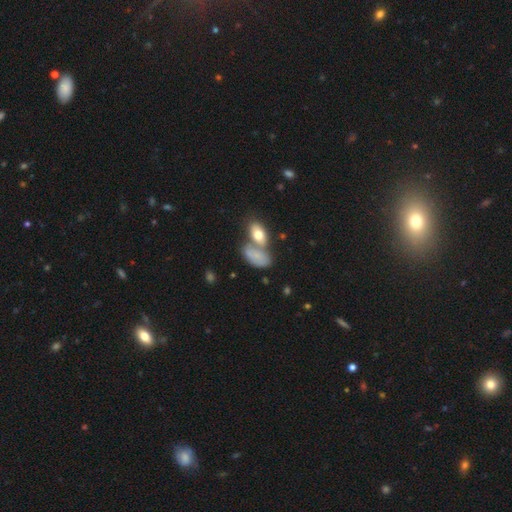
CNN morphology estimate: smooth-or-featured: smooth: 72% | featured or disk: 20% | star or artifact: 8%
  how-rounded: in between: 90% | round: 6% | cigar-shaped: 4%
  merging: merger: 39% | none: 36% | minor disturbance: 18% | major disturbance: 8%